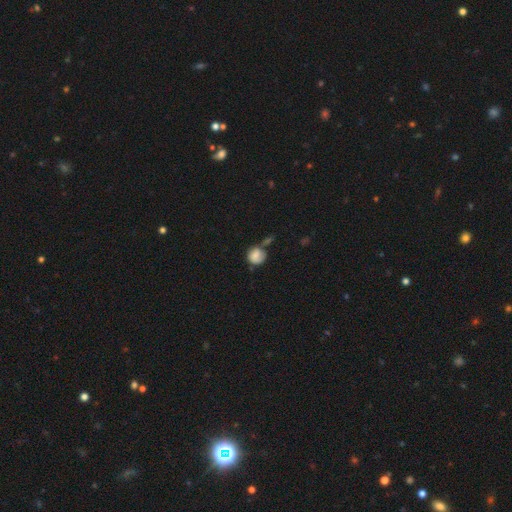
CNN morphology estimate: Smooth or featured? Predicted: smooth (p=0.78). How rounded? Predicted: round (p=0.80). Merging? Predicted: none (p=0.42).